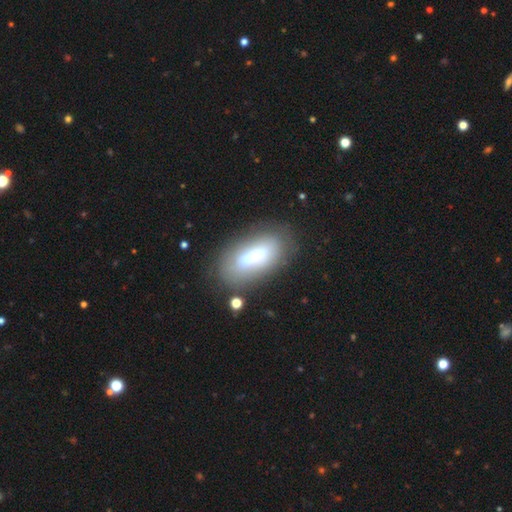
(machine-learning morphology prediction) smooth 56%, featured or disk 35%, star or artifact 9%. Down the decision tree: how rounded — in between (81%); merging — none (72%).